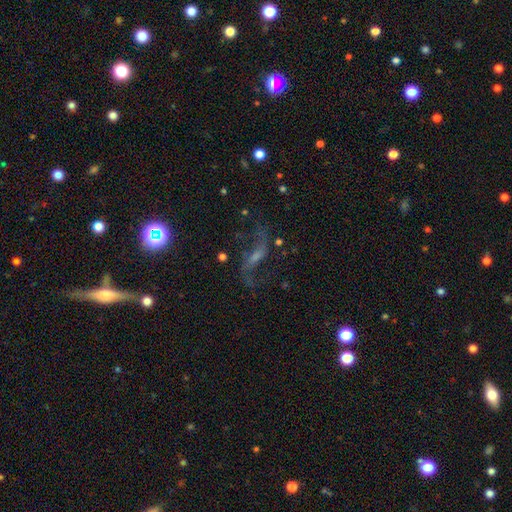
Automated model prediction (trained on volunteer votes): This is likely a featured or disk galaxy (72%). It is clearly not viewed edge-on (89%). Bar: marginally weak (45%). Spiral arm pattern: clearly yes (90%). Spiral arm count: clearly 2 (90%). Spiral winding: clearly loose (85%). Central bulge: marginally small (34%). Merging: likely none (65%).